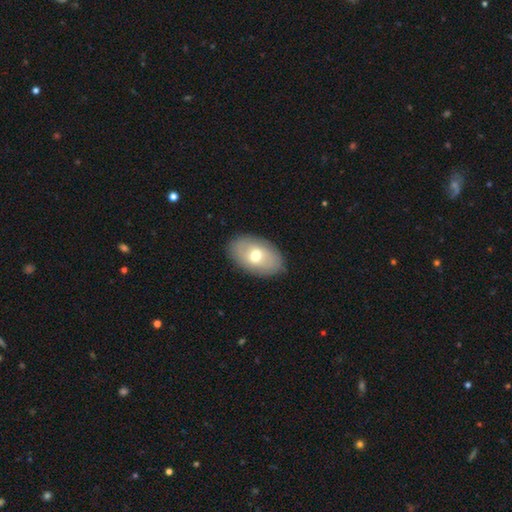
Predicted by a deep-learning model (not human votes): Smooth or featured?
  - smooth: 59% *
  - featured or disk: 34%
  - star or artifact: 7%
How rounded?
  - in between: 90% *
  - round: 9%
  - cigar-shaped: 1%
Merging?
  - none: 84% *
  - minor disturbance: 12%
  - major disturbance: 3%
  - merger: 1%